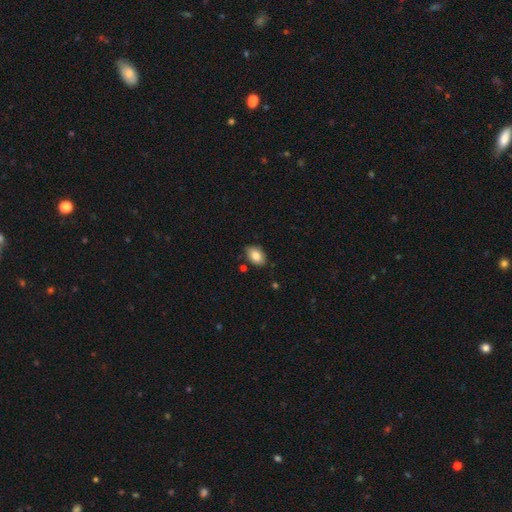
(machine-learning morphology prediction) smooth 84%, featured or disk 9%, star or artifact 8%. Down the decision tree: how rounded — in between (88%); merging — none (81%).